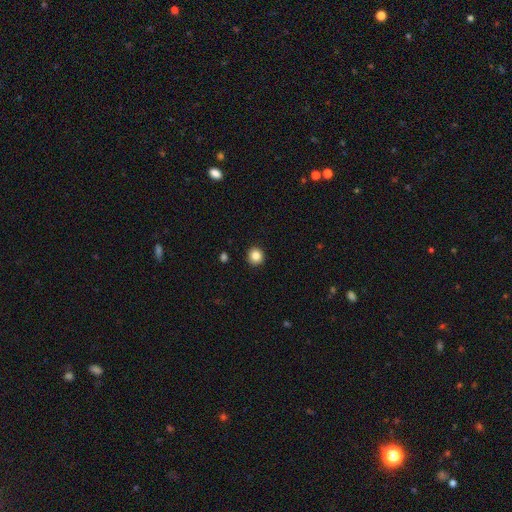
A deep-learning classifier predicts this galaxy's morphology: This is clearly a smooth galaxy (85%). How rounded: clearly round (94%). Merging: clearly none (93%).